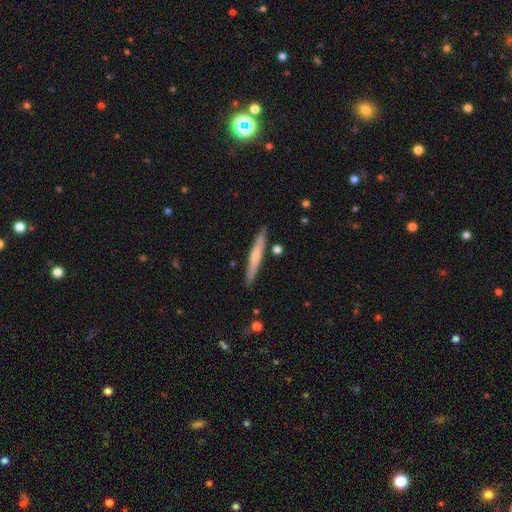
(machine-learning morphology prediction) The model was most divided on "smooth or featured": smooth: 53%, featured or disk: 42%, star or artifact: 5%. More confident: how rounded — cigar-shaped (95%); merging — none (87%).